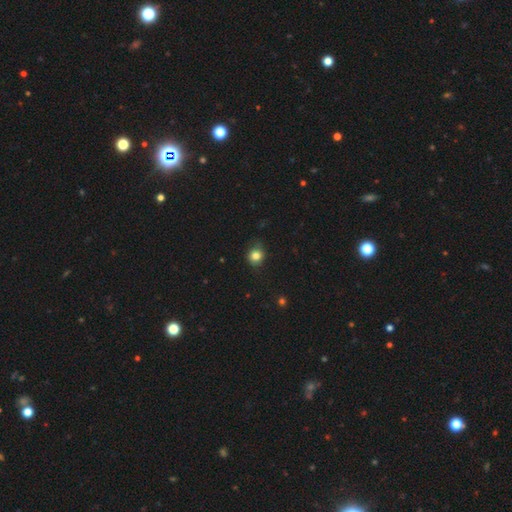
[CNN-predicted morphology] A smooth galaxy with no disk features (83%) that is round (77%).

Vote fractions:
- Smooth or featured? smooth: 83% / star or artifact: 11% / featured or disk: 6%
- How rounded? round: 77% / in between: 22% / cigar-shaped: 1%
- Merging? none: 74% / minor disturbance: 20% / major disturbance: 5% / merger: 1%